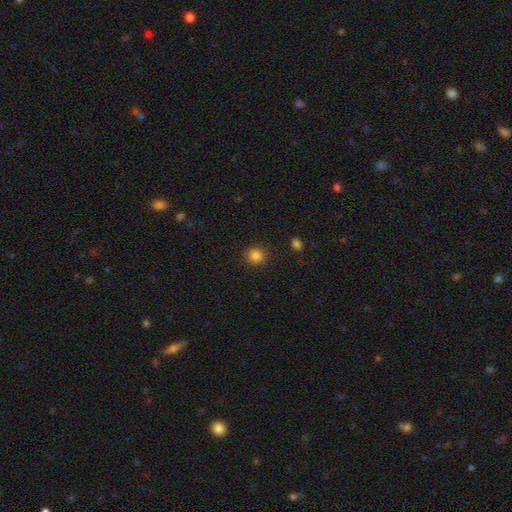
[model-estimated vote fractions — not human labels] The model was most divided on "smooth or featured": smooth: 84%, star or artifact: 12%, featured or disk: 4%. More confident: merging — none (89%); how rounded — round (88%).